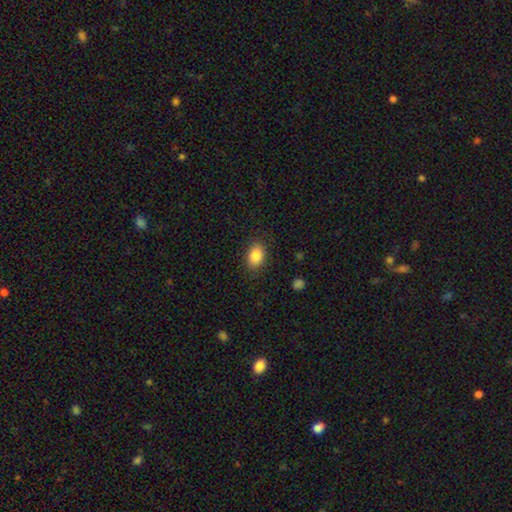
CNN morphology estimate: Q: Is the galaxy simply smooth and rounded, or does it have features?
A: smooth — 86%.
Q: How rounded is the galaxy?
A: in between — 78%.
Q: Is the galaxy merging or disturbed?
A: none — 85%.